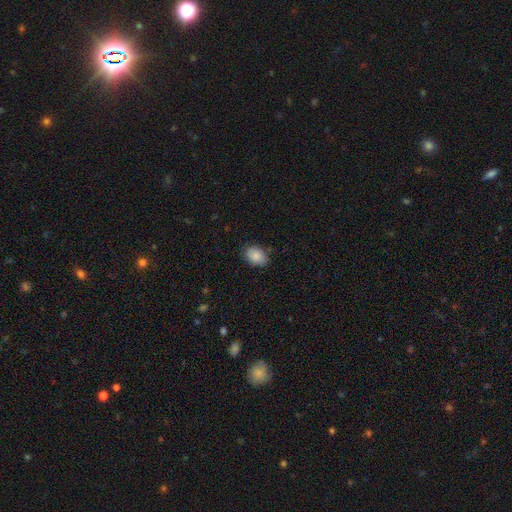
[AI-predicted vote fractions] smooth-or-featured: smooth: 87% | star or artifact: 7% | featured or disk: 6%
  how-rounded: in between: 78% | round: 21% | cigar-shaped: 1%
  merging: none: 80% | minor disturbance: 15% | major disturbance: 3% | merger: 1%